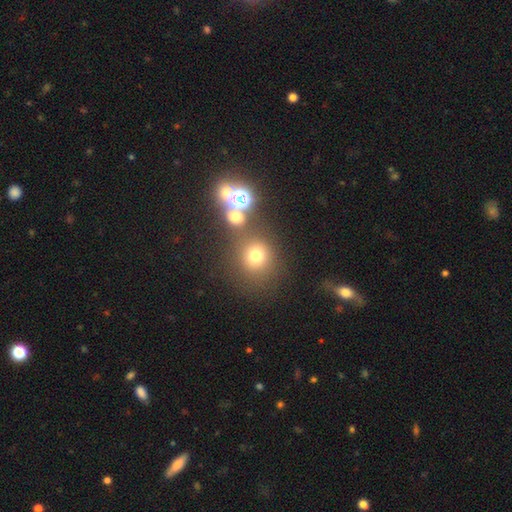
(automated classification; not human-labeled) Smooth or featured? Predicted: smooth (p=0.70). How rounded? Predicted: round (p=0.89). Merging? Predicted: none (p=0.70).